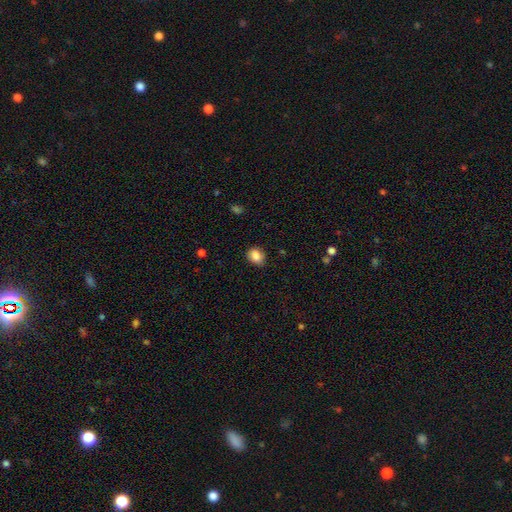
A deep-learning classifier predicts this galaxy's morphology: smooth-or-featured: smooth: 87% | star or artifact: 9% | featured or disk: 4%
  how-rounded: in between: 57% | round: 42% | cigar-shaped: 1%
  merging: none: 83% | minor disturbance: 14% | major disturbance: 3% | merger: 1%